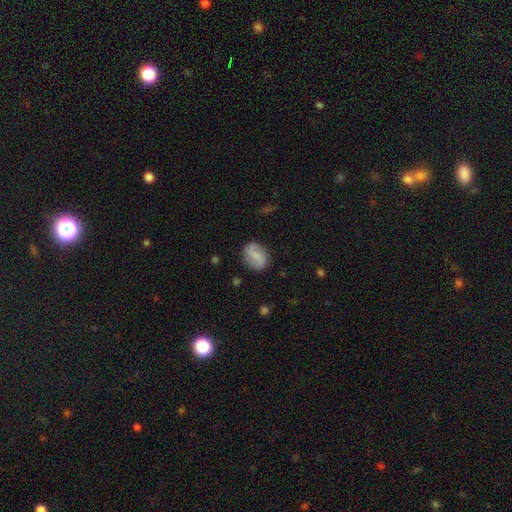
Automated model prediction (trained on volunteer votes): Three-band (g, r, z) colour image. It shows a featured or disk galaxy (48%). Merging: none (81%).